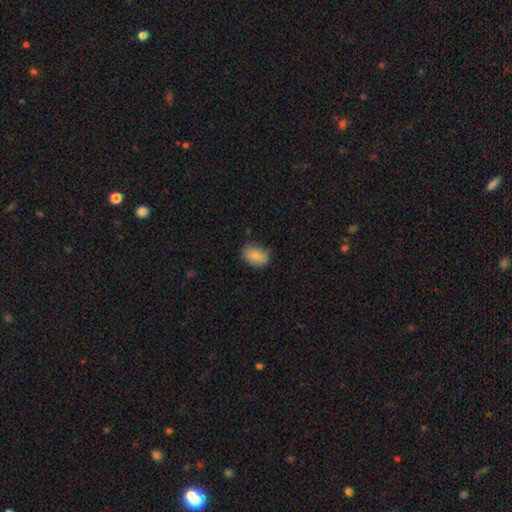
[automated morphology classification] Smooth or featured? smooth (85%)
How rounded? in between (81%)
Merging? none (74%)